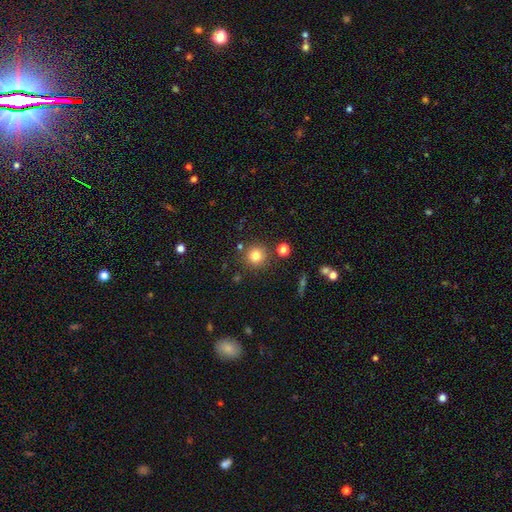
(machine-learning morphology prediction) This appears to be a smooth galaxy with no disk features (81%) that is round (94%). Merging: none (84%).